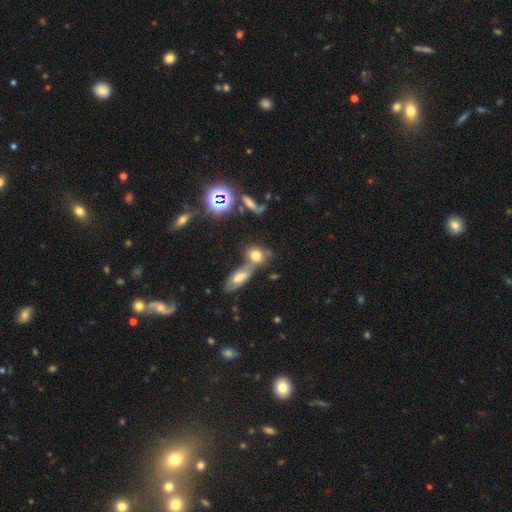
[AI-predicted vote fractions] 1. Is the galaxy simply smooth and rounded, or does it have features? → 65% smooth, 19% featured or disk, 16% star or artifact.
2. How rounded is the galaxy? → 57% in between, 37% round, 6% cigar-shaped.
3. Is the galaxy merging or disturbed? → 50% merger, 32% none, 12% minor disturbance, 6% major disturbance.